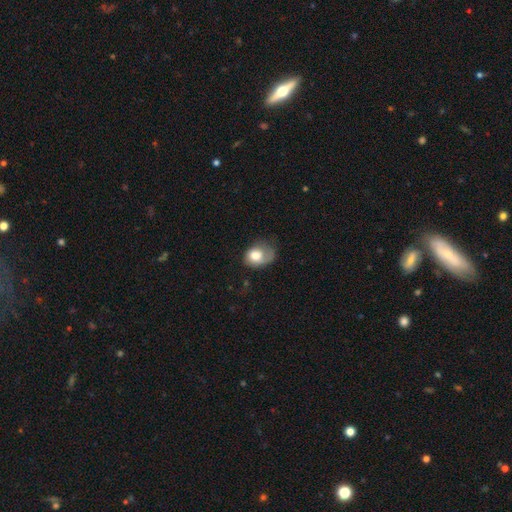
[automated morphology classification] Smooth or featured? Predicted: smooth (p=0.68). How rounded? Predicted: in between (p=0.59). Merging? Predicted: minor disturbance (p=0.34).